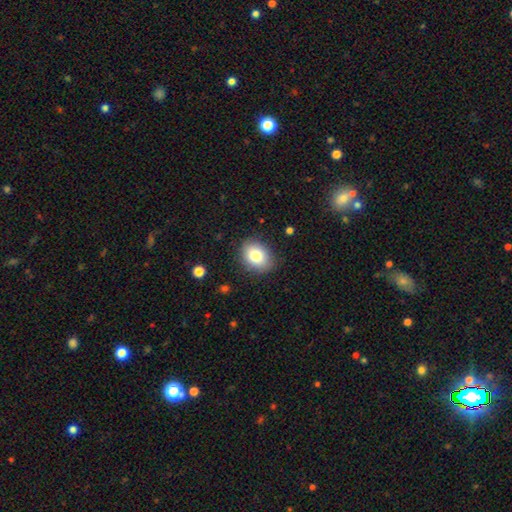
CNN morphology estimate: Smooth or featured? Predicted: smooth (p=0.80). How rounded? Predicted: in between (p=0.58). Merging? Predicted: none (p=0.84).